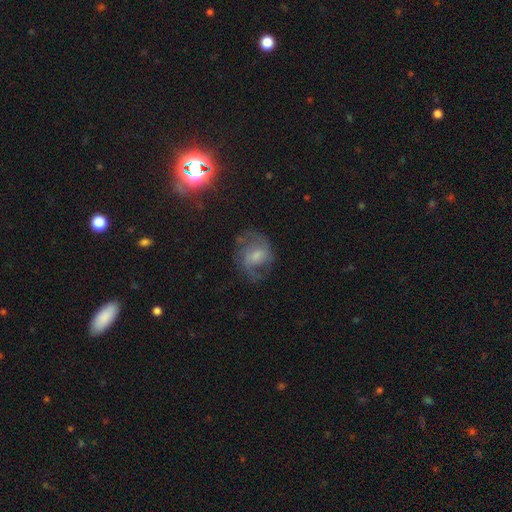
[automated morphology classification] A featured or disk galaxy (71%) with a weak bar (49%), 2 (74%) medium (52%) spiral arms (90%) and a moderate central bulge (37%).

Vote fractions:
- Smooth or featured? featured or disk: 71% / smooth: 20% / star or artifact: 9%
- Edge-on disk? no: 98% / yes: 2%
- Bar? weak: 49% / no: 38% / strong: 13%
- Spiral arms? yes: 90% / no: 10%
- Spiral winding? medium: 52% / loose: 26% / tight: 21%
- Spiral arm count? 2: 74% / can't tell: 13% / 3: 6% / 1: 4% / 4: 2% / more than 4: 2%
- Bulge size? moderate: 37% / small: 36% / none: 16% / large: 9% / dominant: 2%
- Merging? none: 62% / minor disturbance: 20% / major disturbance: 16% / merger: 2%